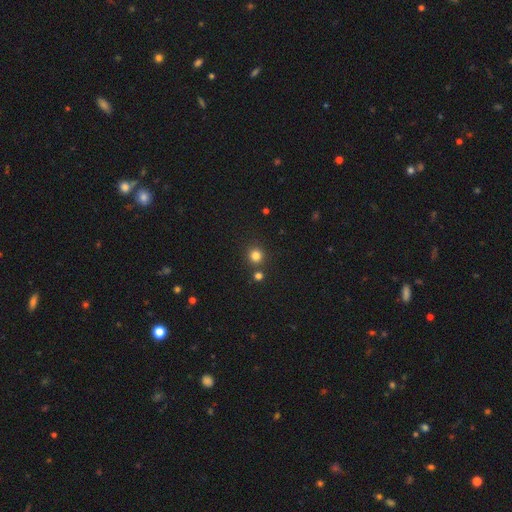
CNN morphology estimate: Smooth or featured: smooth — 81% (star or artifact — 14%)
How rounded: round — 92% (in between — 7%)
Merging: none — 82% (merger — 9%)